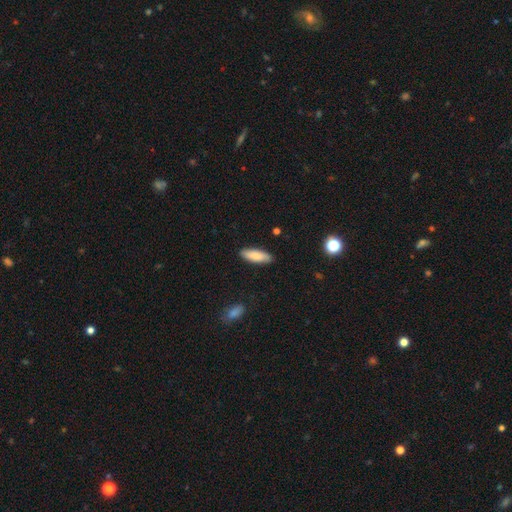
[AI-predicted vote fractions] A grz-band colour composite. It shows a smooth galaxy with no disk features (85%) that is in between round and cigar-shaped (59%). Merging: none (87%).